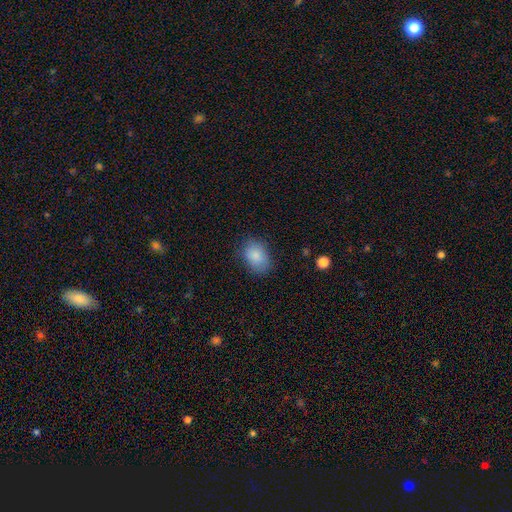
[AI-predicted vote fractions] Smooth or featured? smooth (86%)
How rounded? in between (76%)
Merging? none (76%)